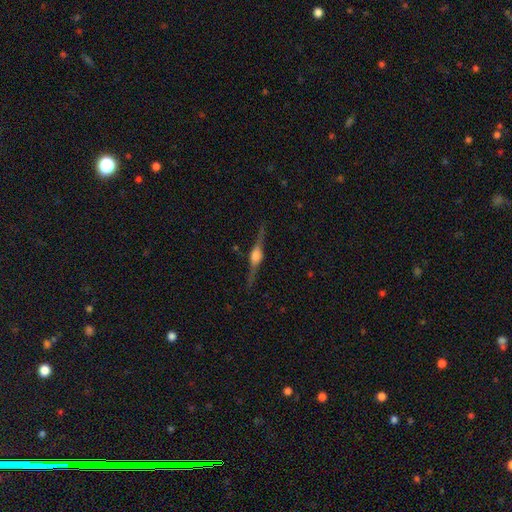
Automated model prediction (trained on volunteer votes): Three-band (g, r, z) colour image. It shows a featured or disk galaxy (85%) viewed edge-on (98%) with a rounded central bulge (84%). Merging: none (87%).